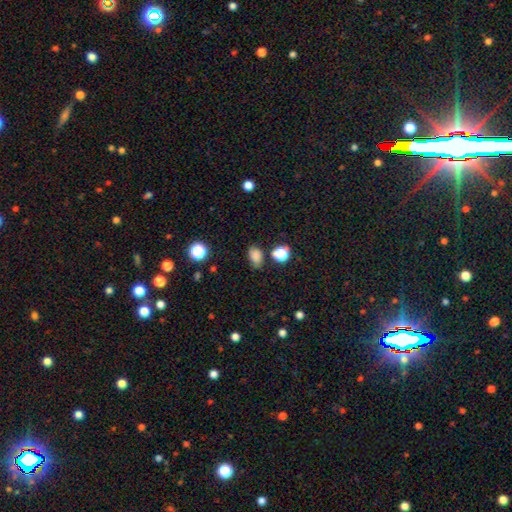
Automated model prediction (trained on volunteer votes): Overall: smooth (78%). How rounded: in between (75%). Merging: none (69%).